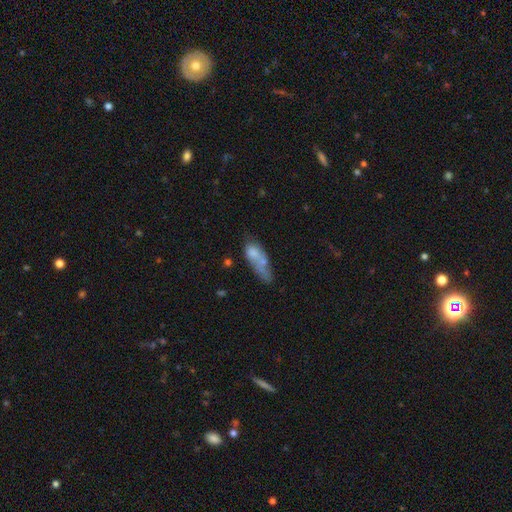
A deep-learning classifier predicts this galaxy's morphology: smooth-or-featured: smooth: 61% | featured or disk: 29% | star or artifact: 10%
  how-rounded: in between: 63% | cigar-shaped: 33% | round: 5%
  merging: none: 29% | merger: 28% | minor disturbance: 22% | major disturbance: 21%